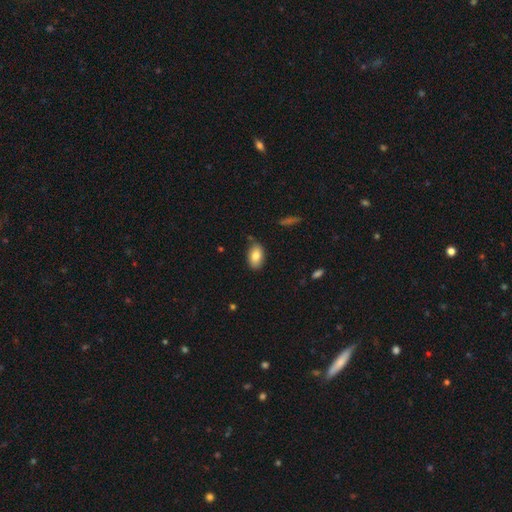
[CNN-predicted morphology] Smooth or featured? smooth (83%)
How rounded? in between (93%)
Merging? none (80%)